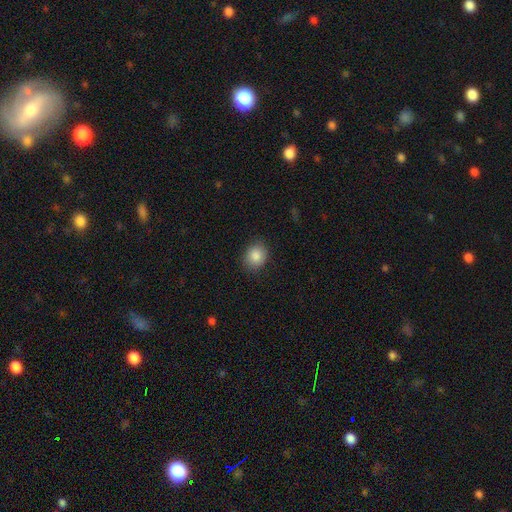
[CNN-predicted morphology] Overall: smooth (87%). How rounded: round (60%; in between 40%). Merging: none (84%).